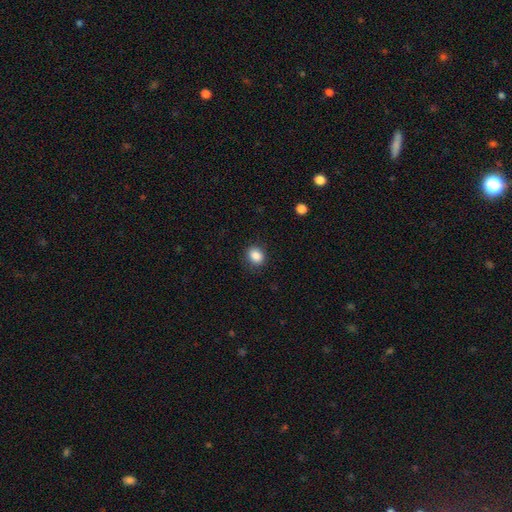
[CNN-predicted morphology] A smooth galaxy with no disk features (87%) that is round (59%). Merging: none (86%).